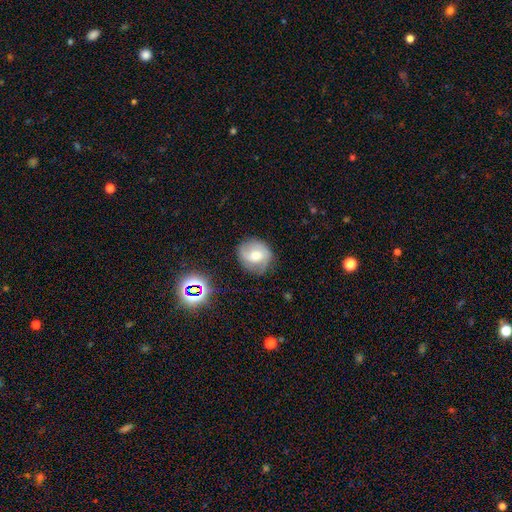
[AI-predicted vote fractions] Smooth or featured? Predicted: featured or disk (p=0.48). Merging? Predicted: none (p=0.76).